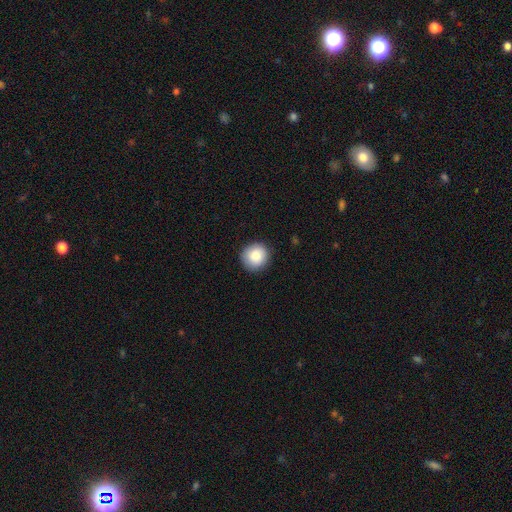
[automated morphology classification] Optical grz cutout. It shows a smooth galaxy with no disk features (87%) that is round (92%). Merging: none (89%).